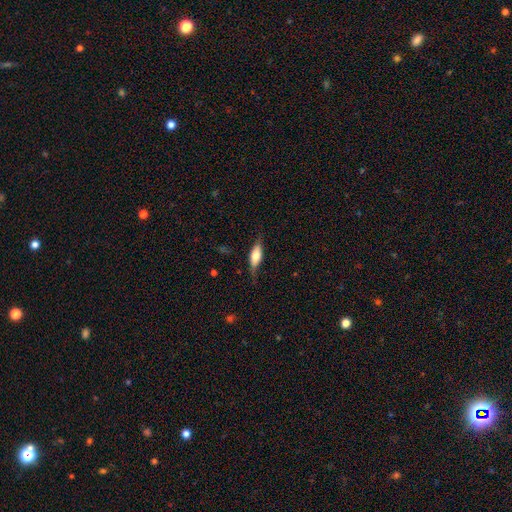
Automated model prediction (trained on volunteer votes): Morphology: type=smooth (53%); roundness=in between (66%); merging=none (71%).